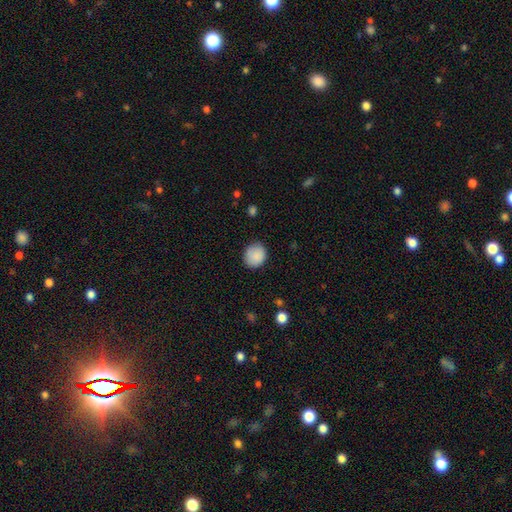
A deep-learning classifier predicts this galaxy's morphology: Smooth or featured: smooth — 88% (star or artifact — 8%)
How rounded: round — 78% (in between — 21%)
Merging: none — 83% (minor disturbance — 13%)